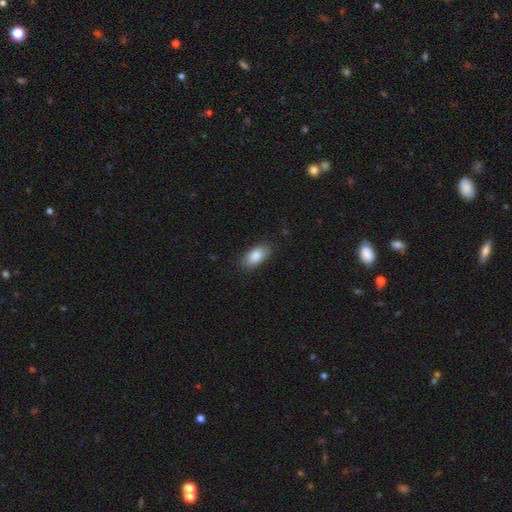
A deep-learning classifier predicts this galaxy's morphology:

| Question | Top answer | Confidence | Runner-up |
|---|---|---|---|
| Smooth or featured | smooth | 85% | featured or disk (8%) |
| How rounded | in between | 92% | cigar-shaped (4%) |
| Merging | none | 85% | minor disturbance (12%) |